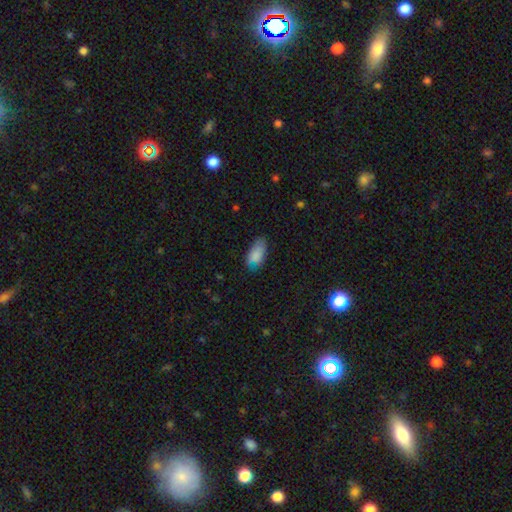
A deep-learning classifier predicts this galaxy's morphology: smooth-or-featured: smooth: 83% | featured or disk: 9% | star or artifact: 8%
  how-rounded: in between: 91% | cigar-shaped: 6% | round: 3%
  merging: none: 64% | minor disturbance: 27% | major disturbance: 7% | merger: 2%